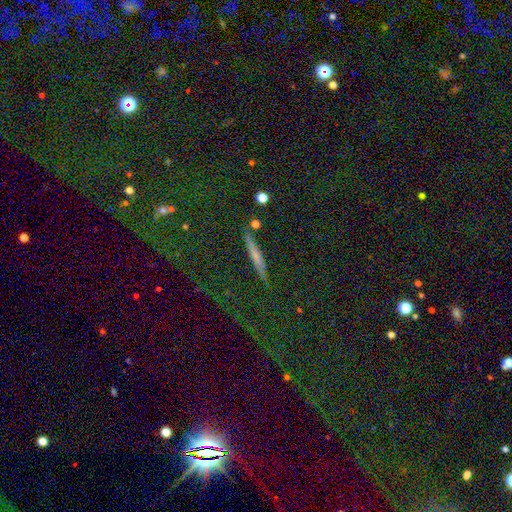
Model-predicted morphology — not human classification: The model was most divided on "smooth or featured": smooth: 45%, featured or disk: 36%, star or artifact: 19%. More confident: merging — none (86%).